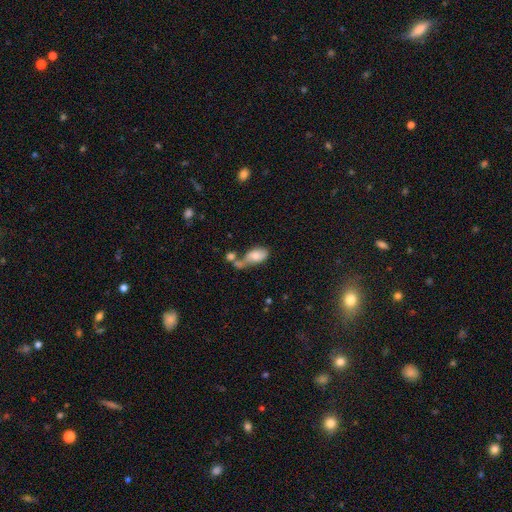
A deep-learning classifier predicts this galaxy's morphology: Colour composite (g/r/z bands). It shows a smooth galaxy with no disk features (72%) that is in between round and cigar-shaped (91%). Merging: merger (44%).